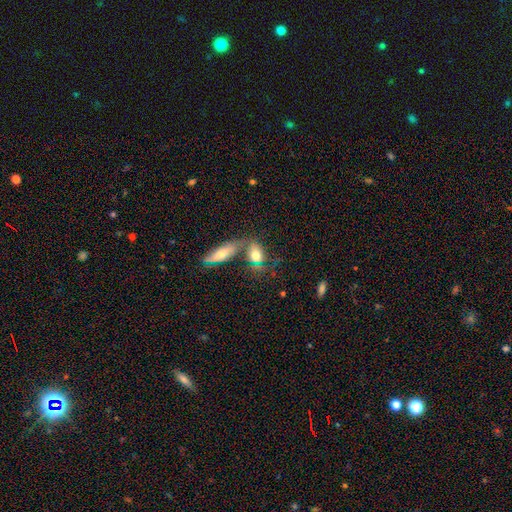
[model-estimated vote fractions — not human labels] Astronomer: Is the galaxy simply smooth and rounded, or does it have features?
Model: smooth — 68%.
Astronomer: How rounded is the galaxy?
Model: in between — 72%.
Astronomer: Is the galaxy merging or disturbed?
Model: none — 43% (runner-up: merger, 37%).